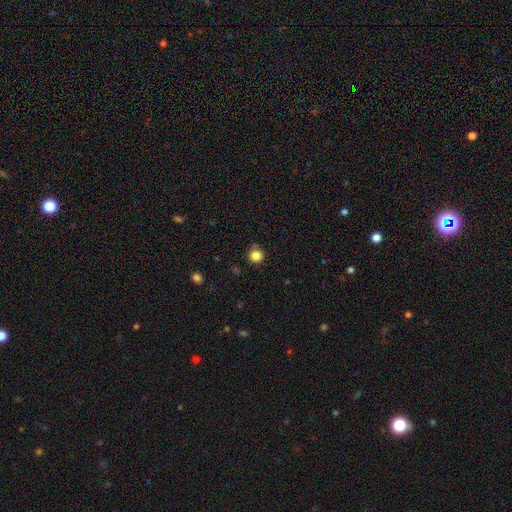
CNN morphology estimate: Q: Smooth or featured?
A: smooth (83%); runner-up: star or artifact (12%)
Q: How rounded?
A: round (94%); runner-up: in between (5%)
Q: Merging?
A: none (83%); runner-up: minor disturbance (11%)